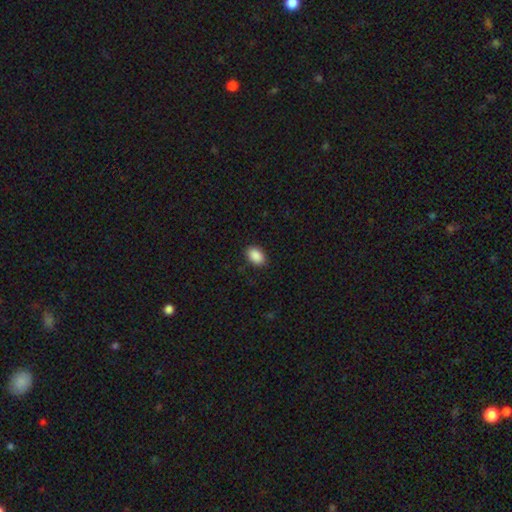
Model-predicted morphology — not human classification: Smooth or featured? smooth (90%)
How rounded? in between (87%)
Merging? none (89%)